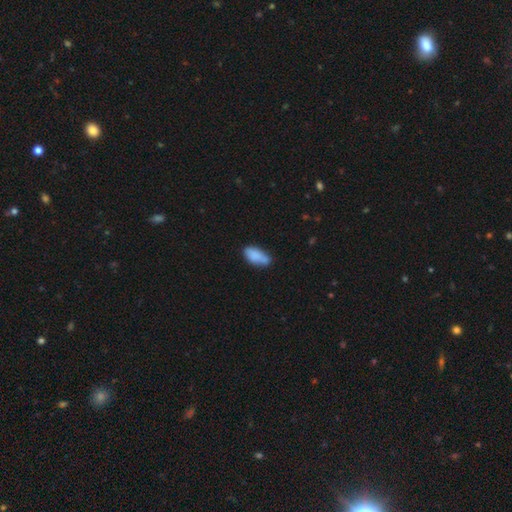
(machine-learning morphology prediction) A smooth galaxy with no disk features (82%) that is in between round and cigar-shaped (86%).

Vote fractions:
- Smooth or featured? smooth: 82% / featured or disk: 11% / star or artifact: 7%
- How rounded? in between: 86% / cigar-shaped: 11% / round: 3%
- Merging? none: 50% / minor disturbance: 27% / merger: 16% / major disturbance: 7%